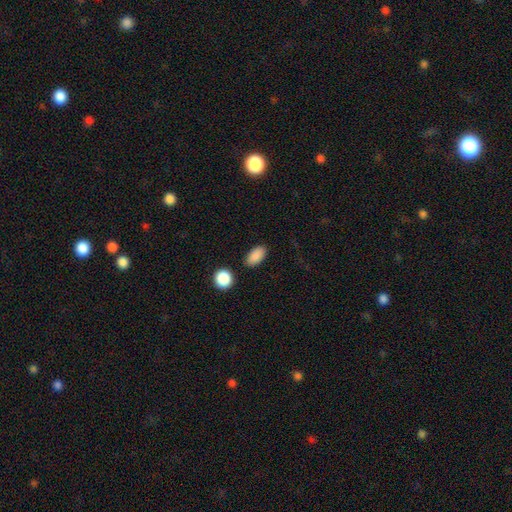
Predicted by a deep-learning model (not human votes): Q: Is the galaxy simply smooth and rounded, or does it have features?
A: smooth — 88%.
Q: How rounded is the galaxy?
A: in between — 91%.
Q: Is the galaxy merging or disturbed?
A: none — 84%.